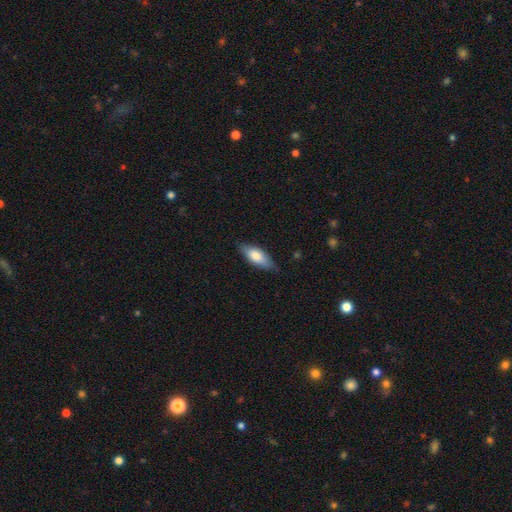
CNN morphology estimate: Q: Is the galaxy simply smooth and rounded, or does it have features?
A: smooth — 74%.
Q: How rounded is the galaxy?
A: in between — 77%.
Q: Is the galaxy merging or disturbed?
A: none — 76%.